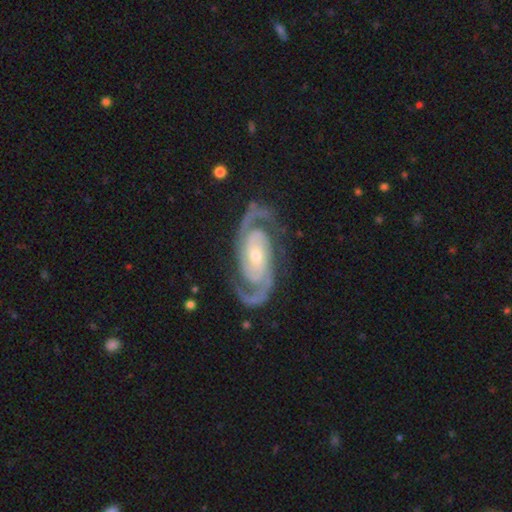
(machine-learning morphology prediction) type=featured or disk (93%); edge-on=no (97%); bar=no (55%); spiral arms=yes (99%); winding=medium (49%); arm count=2 (92%); bulge=small (58%); merging=none (82%).